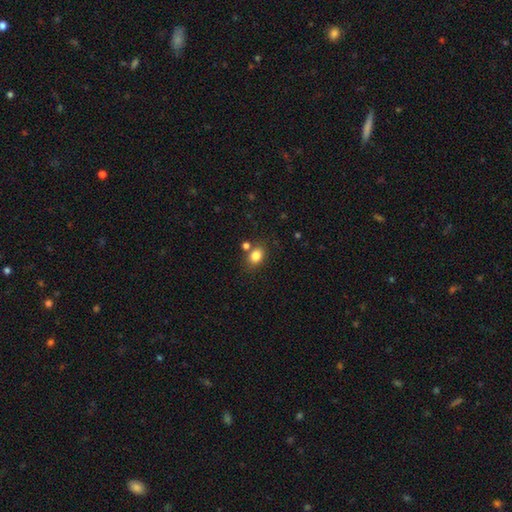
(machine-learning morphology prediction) type=smooth (83%); roundness=in between (65%); merging=none (70%).